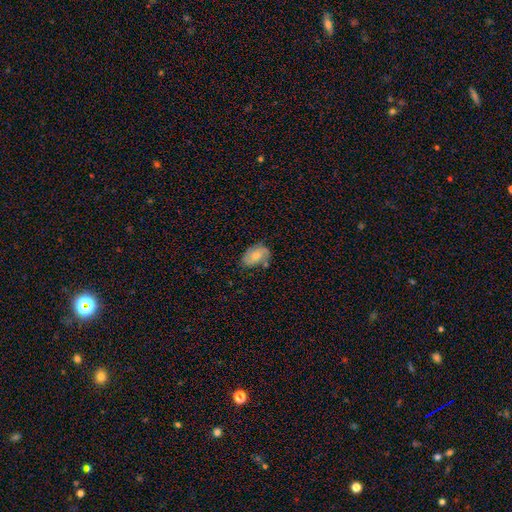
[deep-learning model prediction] This is possibly a featured or disk galaxy (48%). Merging: likely none (63%).